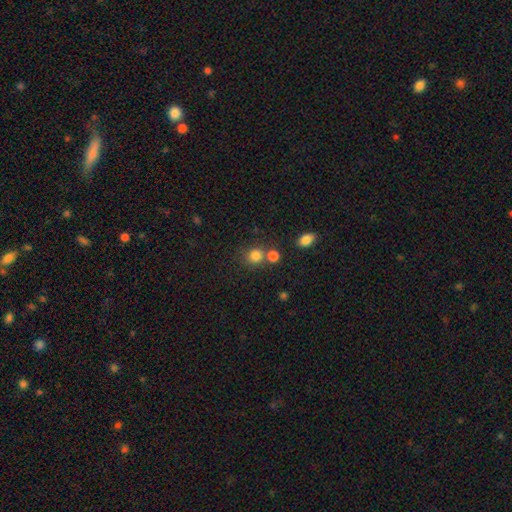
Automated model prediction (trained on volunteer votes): smooth-or-featured: smooth: 81% | star or artifact: 13% | featured or disk: 6%
  how-rounded: round: 85% | in between: 14% | cigar-shaped: 1%
  merging: none: 61% | merger: 27% | minor disturbance: 8% | major disturbance: 4%